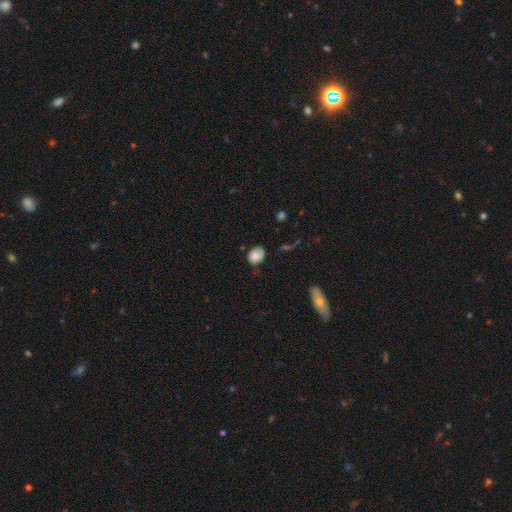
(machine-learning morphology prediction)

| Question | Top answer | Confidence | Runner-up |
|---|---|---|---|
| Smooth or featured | smooth | 81% | featured or disk (11%) |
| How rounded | round | 56% | in between (43%) |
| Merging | none | 59% | minor disturbance (31%) |